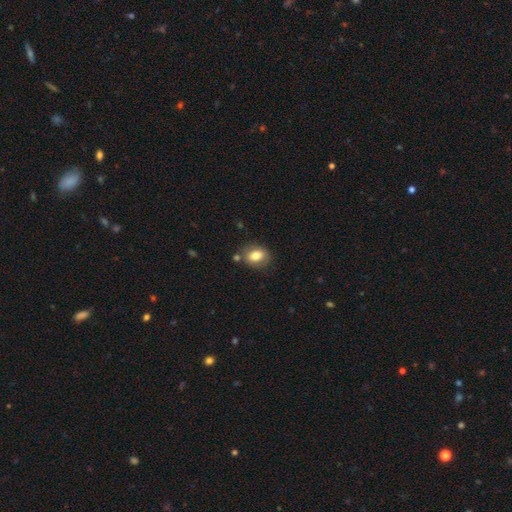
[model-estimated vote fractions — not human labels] This appears to be a smooth galaxy with no disk features (79%) that is in between round and cigar-shaped (64%). Merging: none (72%).